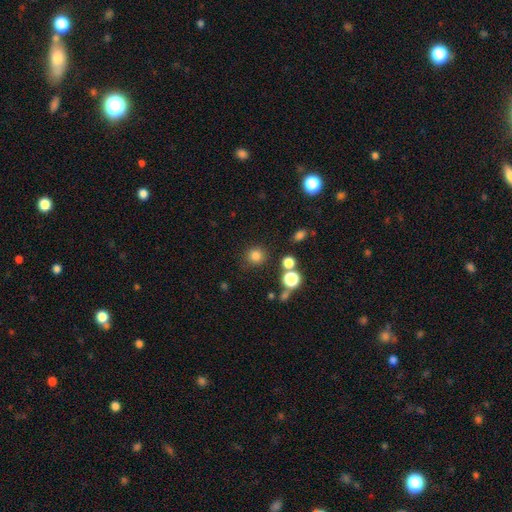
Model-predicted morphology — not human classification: This is likely a smooth galaxy (80%). How rounded: clearly round (92%). Merging: clearly none (85%).